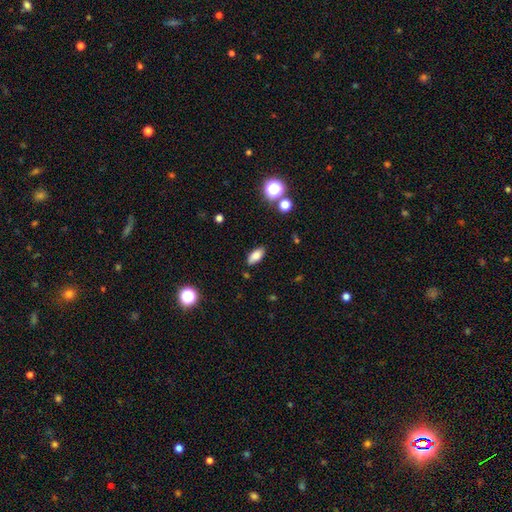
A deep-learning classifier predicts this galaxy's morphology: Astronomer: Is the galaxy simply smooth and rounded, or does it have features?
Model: smooth — 82%.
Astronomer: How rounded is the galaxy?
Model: in between — 86%.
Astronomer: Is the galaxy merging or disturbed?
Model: none — 85%.